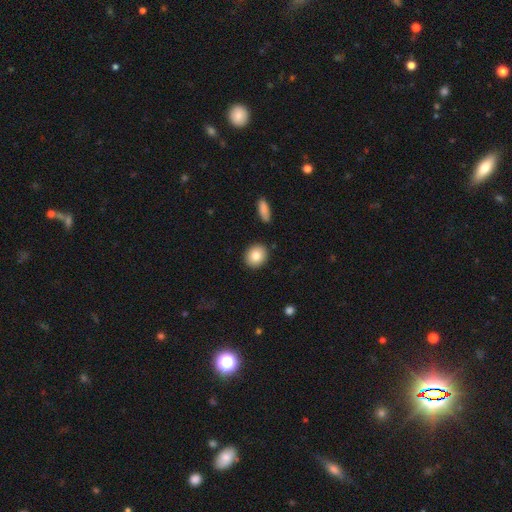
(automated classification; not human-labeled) smooth-or-featured: smooth: 82% | featured or disk: 10% | star or artifact: 8%
  how-rounded: round: 71% | in between: 28% | cigar-shaped: 1%
  merging: none: 89% | minor disturbance: 7% | merger: 2% | major disturbance: 2%